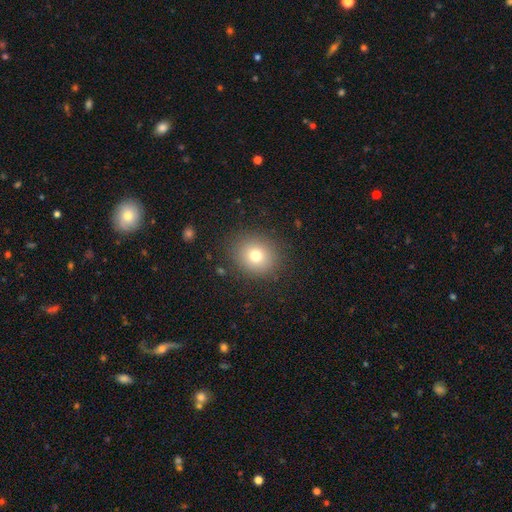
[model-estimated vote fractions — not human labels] Smooth or featured: smooth — 76% (star or artifact — 13%)
How rounded: round — 74% (in between — 25%)
Merging: none — 87% (minor disturbance — 9%)